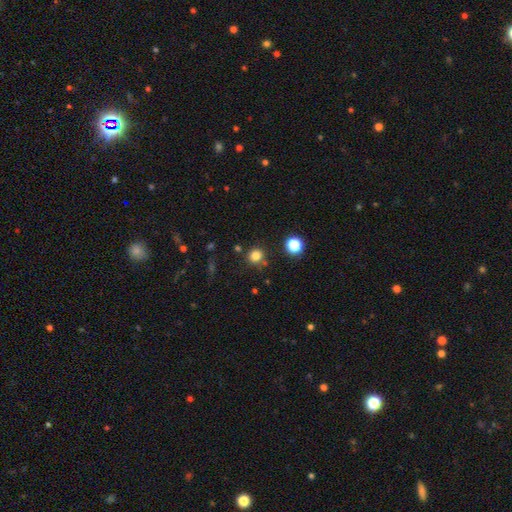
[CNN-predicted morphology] Smooth or featured?
  - smooth: 80% *
  - star or artifact: 15%
  - featured or disk: 5%
How rounded?
  - round: 89% *
  - in between: 10%
  - cigar-shaped: 1%
Merging?
  - none: 82% *
  - minor disturbance: 9%
  - merger: 6%
  - major disturbance: 3%